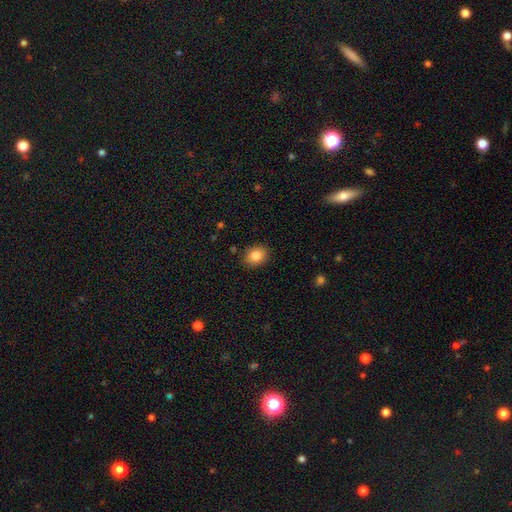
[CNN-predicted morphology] smooth_or_featured: smooth (p=0.85) [alt: star or artifact p=0.09]
how_rounded: in between (p=0.57) [alt: round p=0.42]
merging: none (p=0.87) [alt: minor disturbance p=0.09]